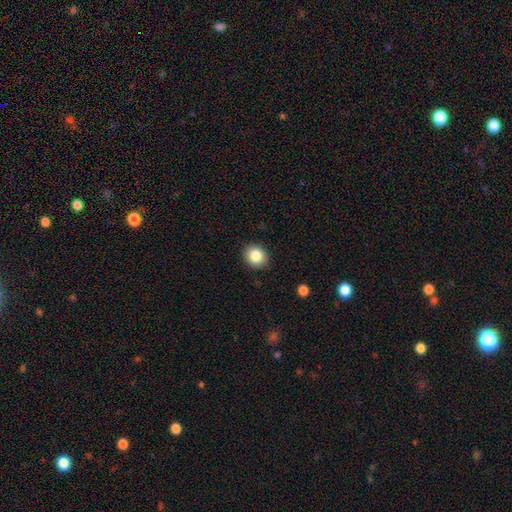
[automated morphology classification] smooth_or_featured: smooth (p=0.84) [alt: star or artifact p=0.10]
how_rounded: round (p=0.72) [alt: in between p=0.27]
merging: none (p=0.90) [alt: minor disturbance p=0.07]